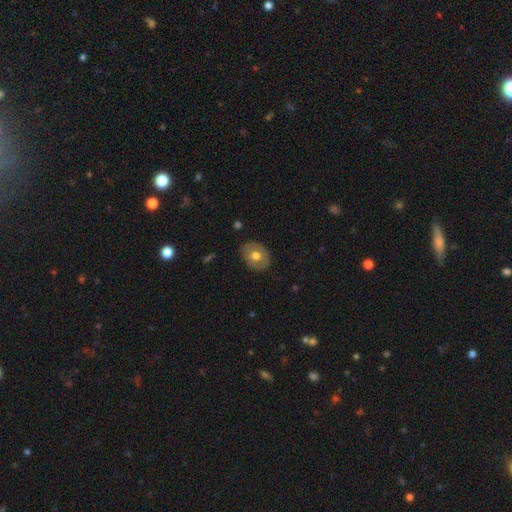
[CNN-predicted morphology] Smooth or featured?
  - smooth: 63% *
  - featured or disk: 30%
  - star or artifact: 7%
How rounded?
  - in between: 55% *
  - round: 44%
  - cigar-shaped: 1%
Merging?
  - none: 85% *
  - minor disturbance: 12%
  - major disturbance: 3%
  - merger: 1%